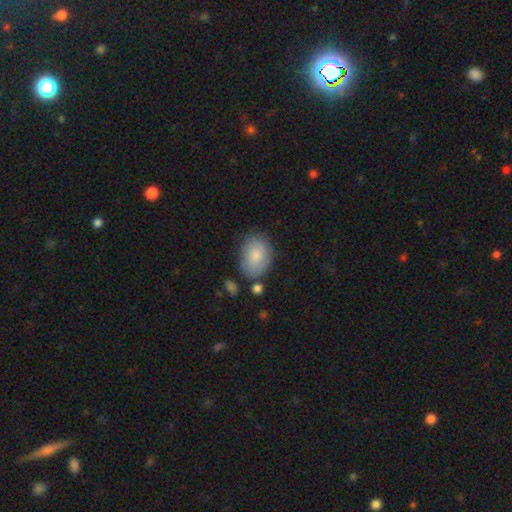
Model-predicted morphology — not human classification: Smooth or featured: smooth — 80% (featured or disk — 13%)
How rounded: in between — 78% (round — 21%)
Merging: none — 69% (minor disturbance — 20%)